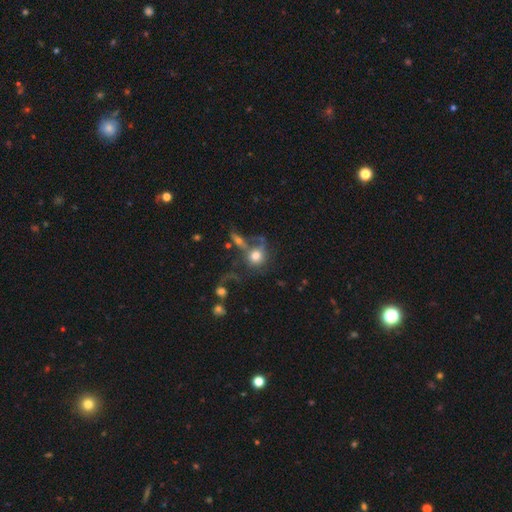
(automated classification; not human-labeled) Overall: smooth (68%). How rounded: round (79%). Merging: none (35%; merger 32%).